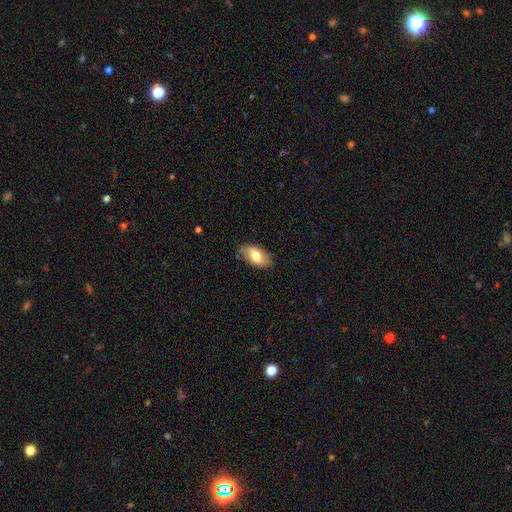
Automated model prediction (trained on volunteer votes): This appears to be a smooth galaxy with no disk features (71%) that is in between round and cigar-shaped (94%). Merging: none (80%).